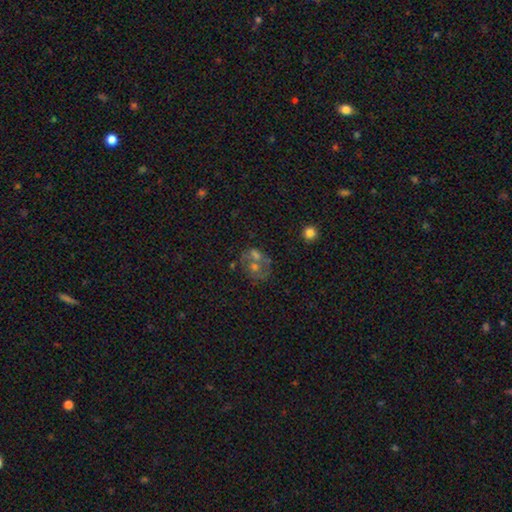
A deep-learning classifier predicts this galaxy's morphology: featured or disk 42%, smooth 37%, star or artifact 21%. Down the decision tree: merging — merger (40%).